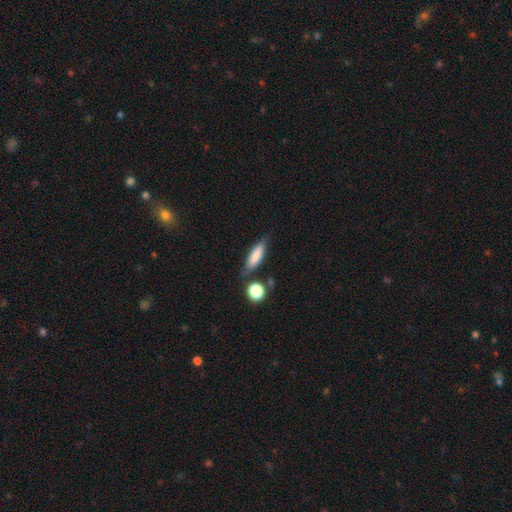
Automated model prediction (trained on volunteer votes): The model was most divided on "how rounded": cigar-shaped: 53%, in between: 44%, round: 3%. More confident: smooth or featured — smooth (75%); merging — none (72%).